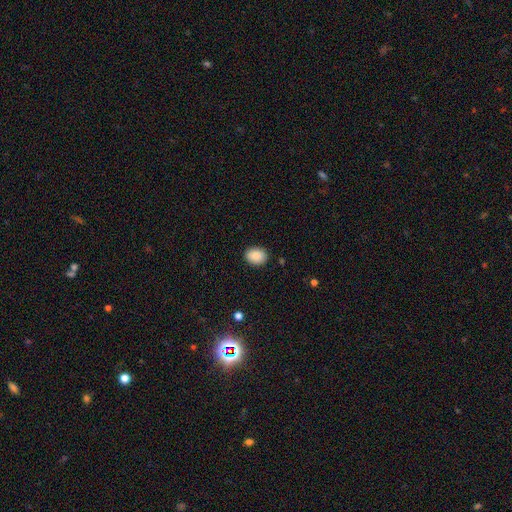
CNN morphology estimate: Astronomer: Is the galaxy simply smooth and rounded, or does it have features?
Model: smooth — 89%.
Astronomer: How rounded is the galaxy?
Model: in between — 64%.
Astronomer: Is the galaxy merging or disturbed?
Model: none — 88%.